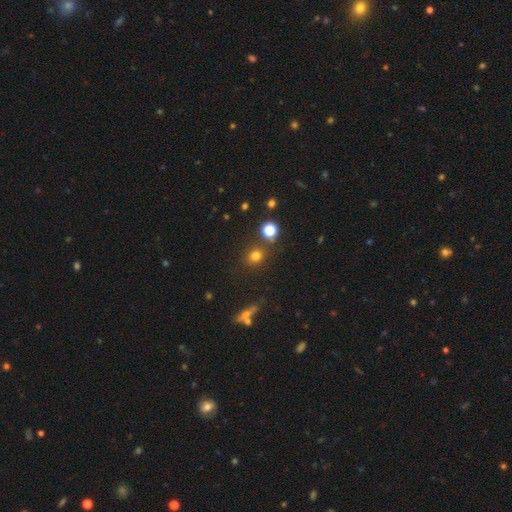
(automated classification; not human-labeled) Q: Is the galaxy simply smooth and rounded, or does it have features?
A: smooth — 74%.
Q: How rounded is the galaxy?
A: round — 77%.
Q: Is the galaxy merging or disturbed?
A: none — 78%.